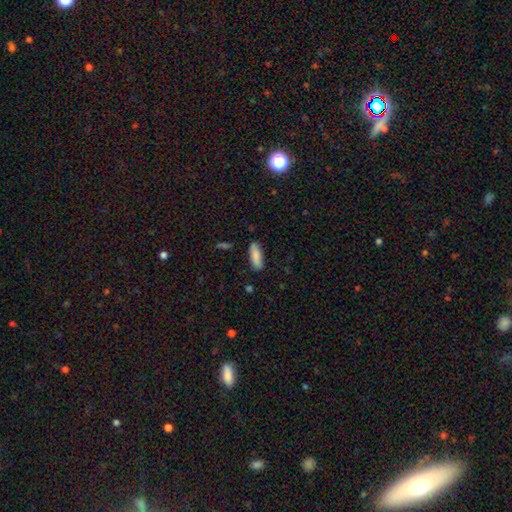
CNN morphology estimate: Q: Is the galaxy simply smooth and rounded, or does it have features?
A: smooth — 86%.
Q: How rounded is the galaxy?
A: in between — 64%.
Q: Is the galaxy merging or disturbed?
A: none — 83%.